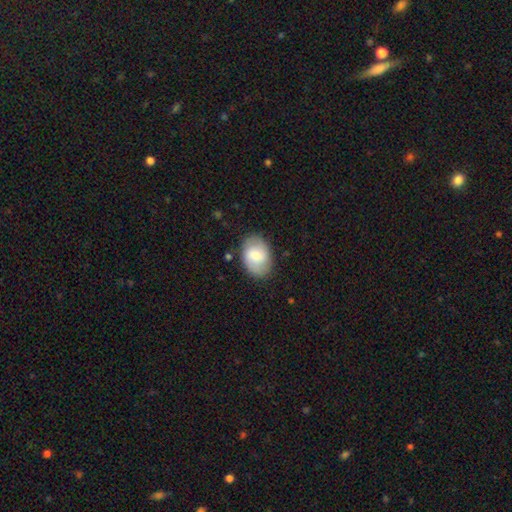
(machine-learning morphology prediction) A smooth galaxy with no disk features (64%) that is in between round and cigar-shaped (79%). Merging: none (80%).